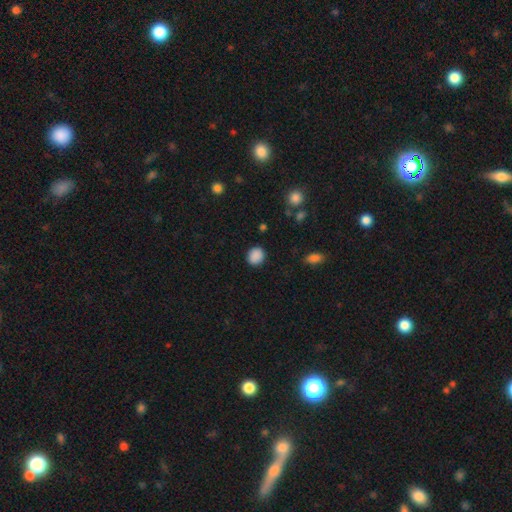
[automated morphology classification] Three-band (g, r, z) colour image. It shows a smooth galaxy with no disk features (88%) that is round (78%). Merging: none (89%).